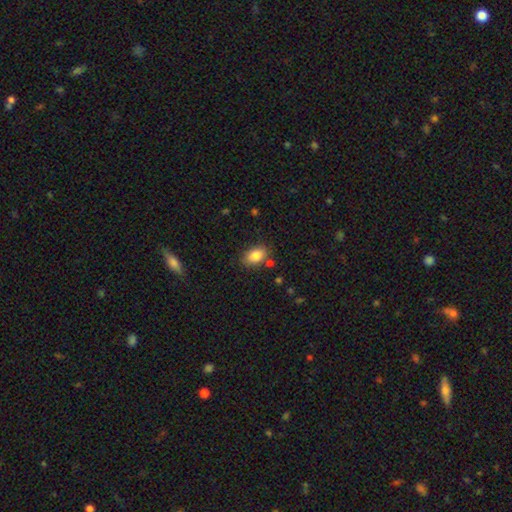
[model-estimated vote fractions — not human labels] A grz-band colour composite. It shows a smooth galaxy with no disk features (84%) that is in between round and cigar-shaped (86%). Merging: none (78%).